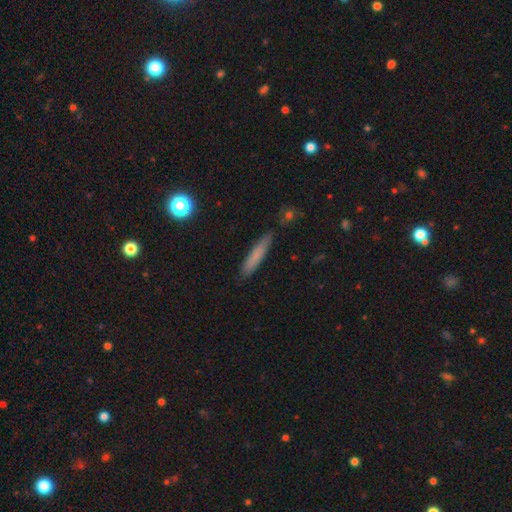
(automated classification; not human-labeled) This is likely a smooth galaxy (75%). How rounded: clearly cigar-shaped (91%). Merging: clearly none (85%).